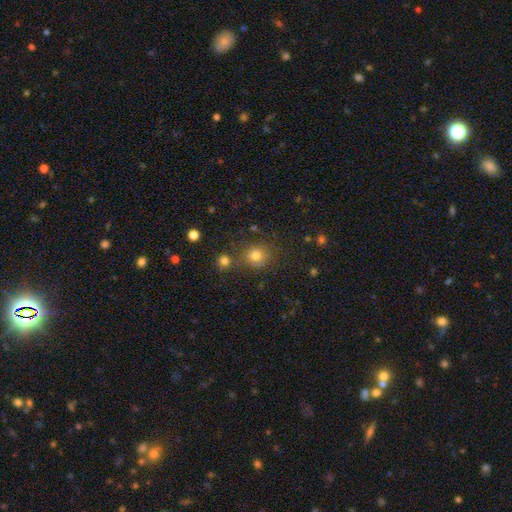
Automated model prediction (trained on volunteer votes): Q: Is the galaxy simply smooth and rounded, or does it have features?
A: smooth — 78%.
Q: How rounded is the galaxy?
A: round — 88%.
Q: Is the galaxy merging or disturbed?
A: none — 75%.